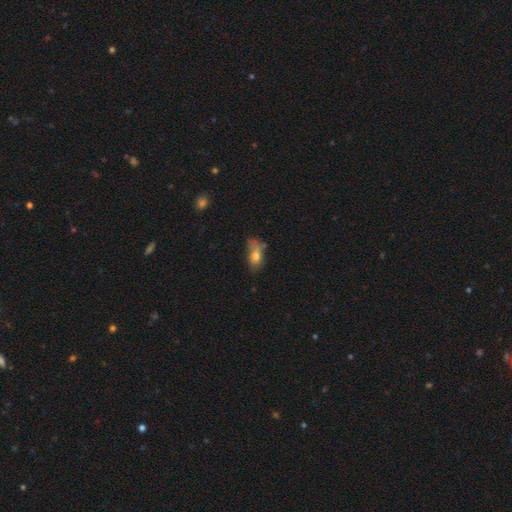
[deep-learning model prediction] This appears to be a smooth galaxy with no disk features (69%) that is in between round and cigar-shaped (83%). Merging: none (36%).